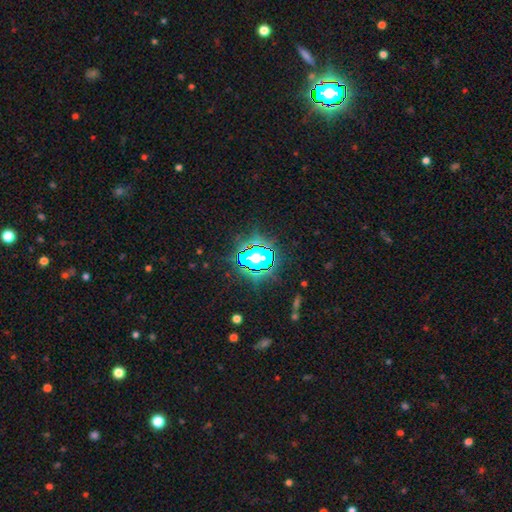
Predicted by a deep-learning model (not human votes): This appears to be a star or artifact, not a galaxy (65%).